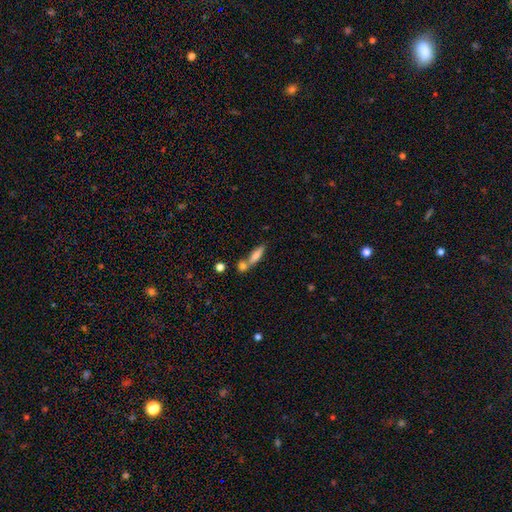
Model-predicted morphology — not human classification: Smooth or featured: smooth — 69% (featured or disk — 22%)
How rounded: cigar-shaped — 64% (in between — 32%)
Merging: none — 48% (merger — 36%)